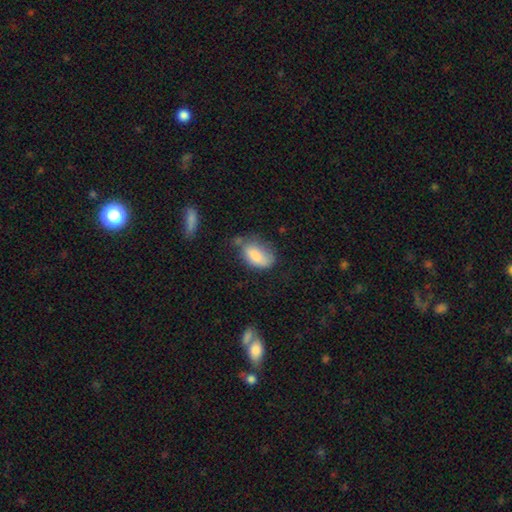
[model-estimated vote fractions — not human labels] Morphology: type=smooth (80%); roundness=in between (91%); merging=none (42%).